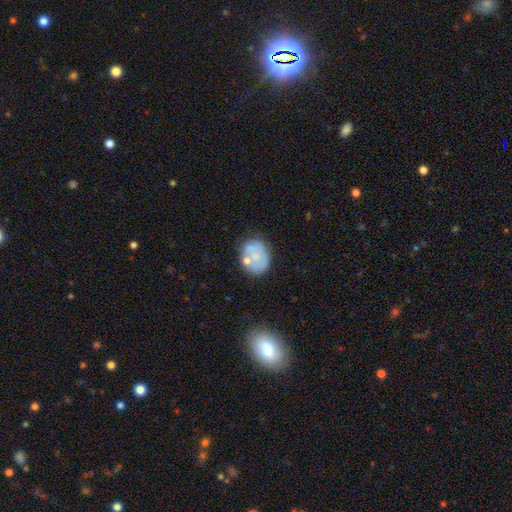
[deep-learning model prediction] smooth-or-featured: smooth: 58% | featured or disk: 34% | star or artifact: 8%
  how-rounded: round: 50% | in between: 49% | cigar-shaped: 1%
  merging: none: 57% | minor disturbance: 22% | merger: 13% | major disturbance: 8%